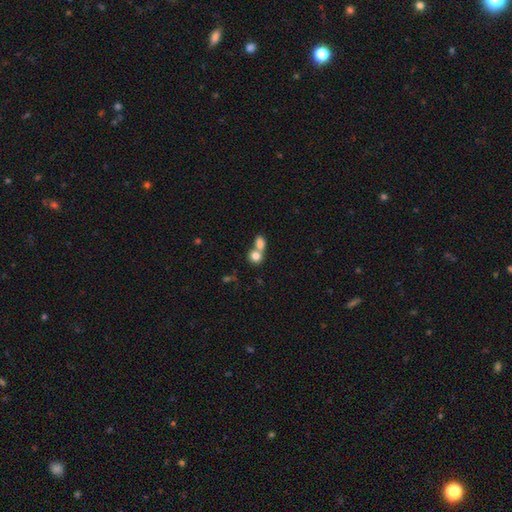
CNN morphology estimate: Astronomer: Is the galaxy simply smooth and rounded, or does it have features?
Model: smooth — 80%.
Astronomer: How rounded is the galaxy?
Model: round — 66%.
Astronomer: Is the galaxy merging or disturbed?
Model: merger — 58%.